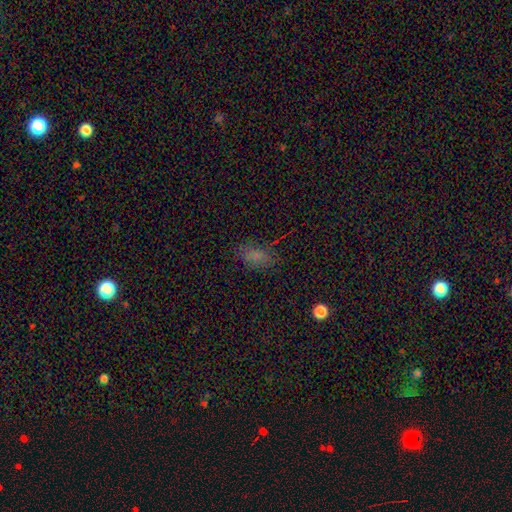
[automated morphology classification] smooth 71%, star or artifact 18%, featured or disk 11%. Down the decision tree: how rounded — in between (87%); merging — none (73%).